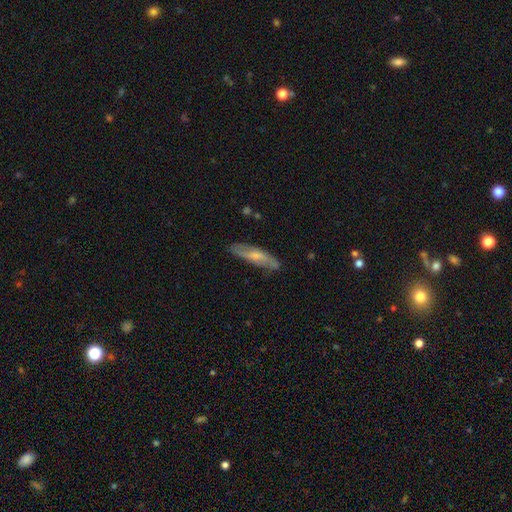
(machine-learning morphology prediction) type=featured or disk (51%); edge-on=no (59%); merging=none (79%).